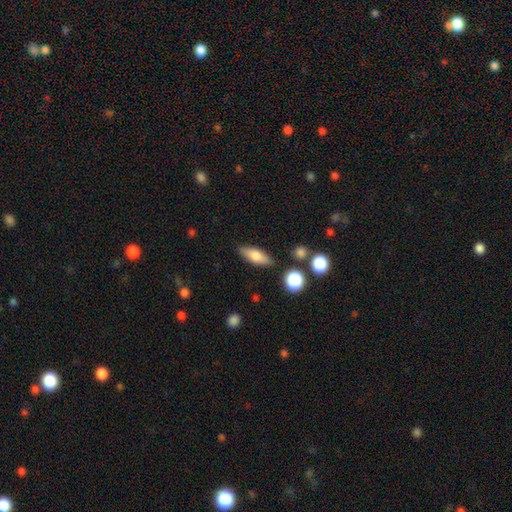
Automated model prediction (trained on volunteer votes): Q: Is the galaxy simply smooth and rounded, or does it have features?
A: smooth — 68%.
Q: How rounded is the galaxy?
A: in between — 63%.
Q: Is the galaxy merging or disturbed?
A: none — 83%.